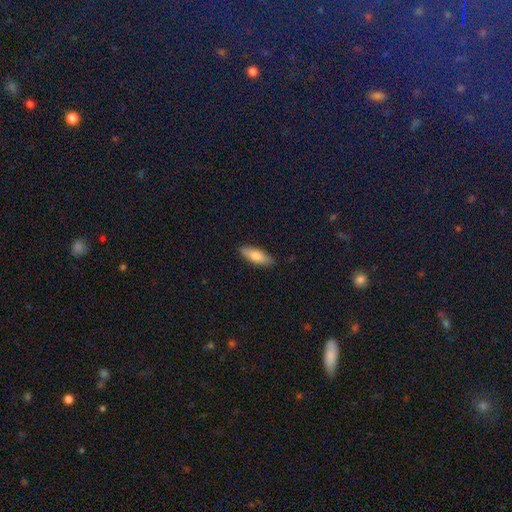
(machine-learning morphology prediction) smooth-or-featured: smooth: 77% | featured or disk: 17% | star or artifact: 6%
  how-rounded: in between: 68% | cigar-shaped: 30% | round: 2%
  merging: none: 88% | minor disturbance: 10% | major disturbance: 2% | merger: 1%